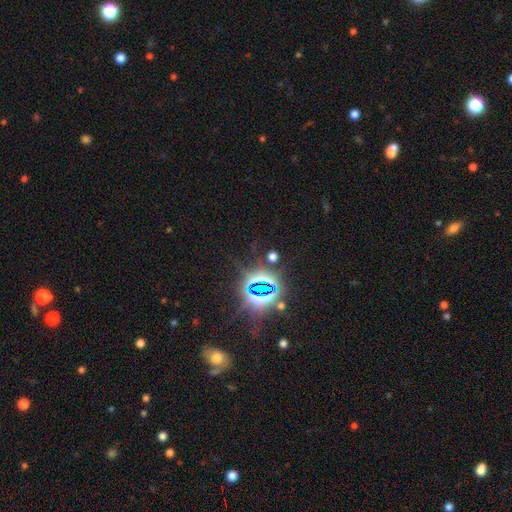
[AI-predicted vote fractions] star or artifact 81%, smooth 10%, featured or disk 9%.